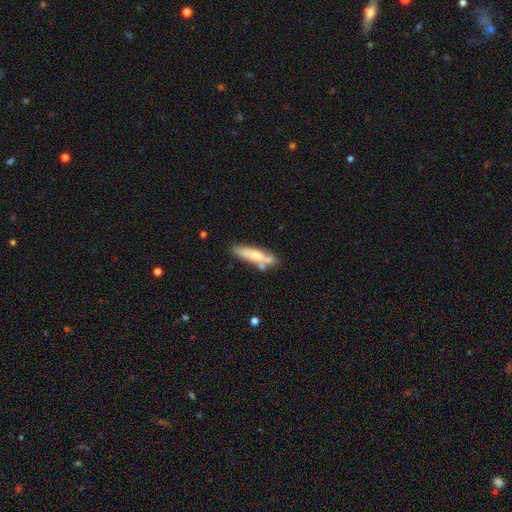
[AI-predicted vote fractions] A smooth galaxy with no disk features (63%) that is cigar-shaped (72%).

Vote fractions:
- Smooth or featured? smooth: 63% / featured or disk: 31% / star or artifact: 6%
- How rounded? cigar-shaped: 72% / in between: 26% / round: 2%
- Merging? none: 57% / minor disturbance: 19% / merger: 18% / major disturbance: 6%